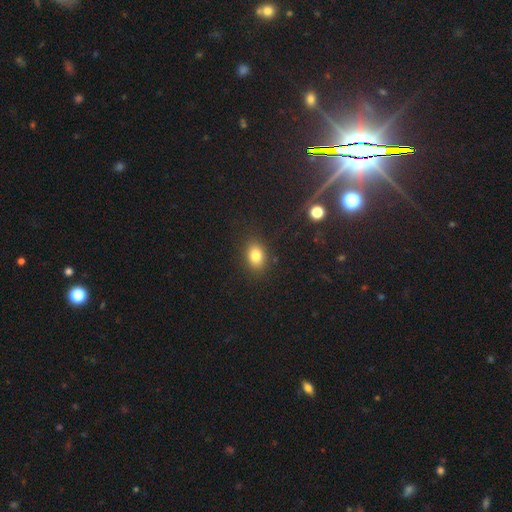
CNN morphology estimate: smooth 81%, star or artifact 11%, featured or disk 8%. Down the decision tree: how rounded — in between (69%); merging — none (85%).